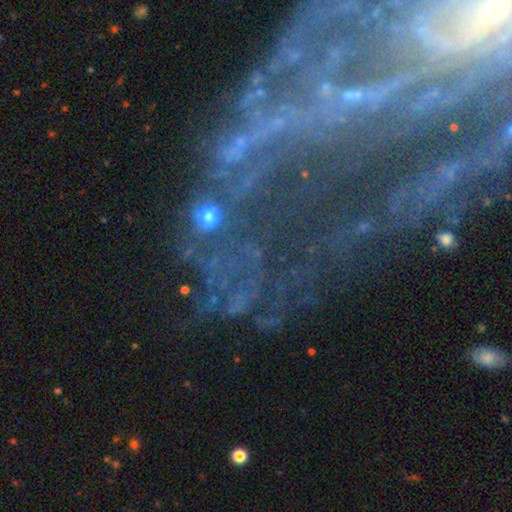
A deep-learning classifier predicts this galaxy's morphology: smooth-or-featured: featured or disk: 51% | star or artifact: 36% | smooth: 13%
  disk-edge-on: no: 93% | yes: 7%
  merging: none: 54% | major disturbance: 22% | minor disturbance: 16% | merger: 9%